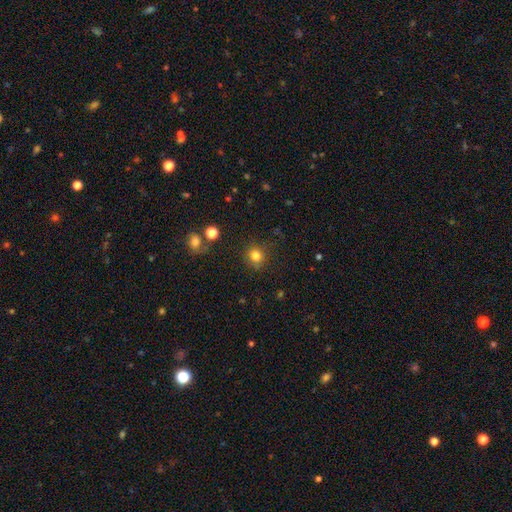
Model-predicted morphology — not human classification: smooth_or_featured: smooth (p=0.82) [alt: star or artifact p=0.13]
how_rounded: round (p=0.88) [alt: in between p=0.11]
merging: none (p=0.84) [alt: minor disturbance p=0.10]